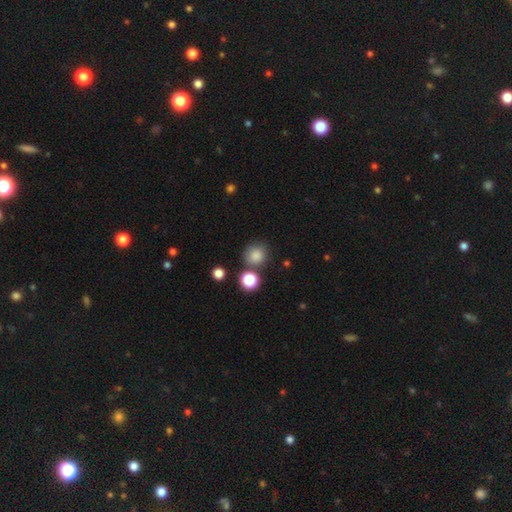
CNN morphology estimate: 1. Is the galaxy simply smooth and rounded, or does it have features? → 83% smooth, 12% star or artifact, 5% featured or disk.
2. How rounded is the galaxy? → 90% round, 9% in between, 1% cigar-shaped.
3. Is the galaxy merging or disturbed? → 74% none, 11% minor disturbance, 11% merger, 4% major disturbance.